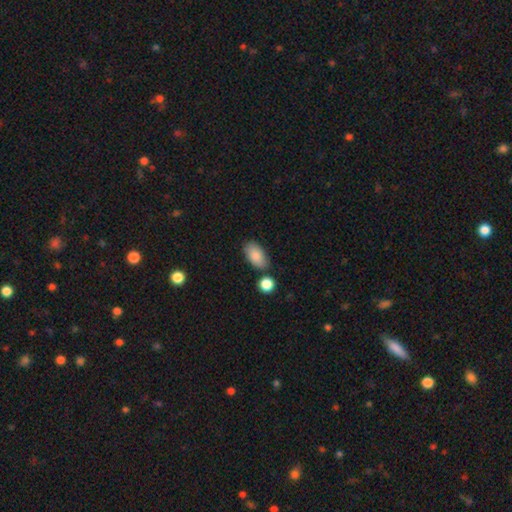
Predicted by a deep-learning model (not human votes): smooth 85%, featured or disk 8%, star or artifact 7%. Down the decision tree: how rounded — in between (93%); merging — none (75%).